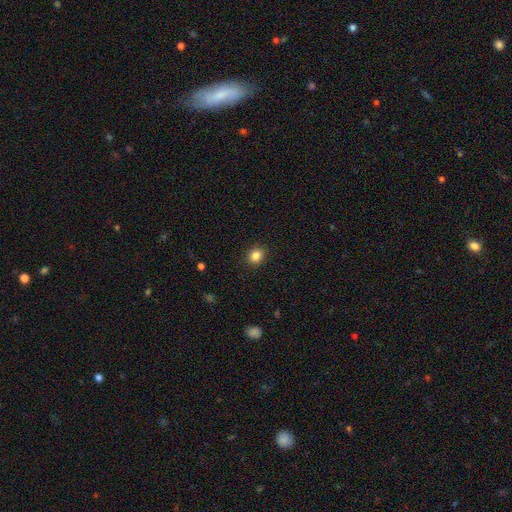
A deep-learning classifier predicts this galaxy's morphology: smooth-or-featured: smooth: 84% | star or artifact: 11% | featured or disk: 5%
  how-rounded: round: 76% | in between: 23% | cigar-shaped: 1%
  merging: none: 91% | minor disturbance: 6% | major disturbance: 2% | merger: 1%